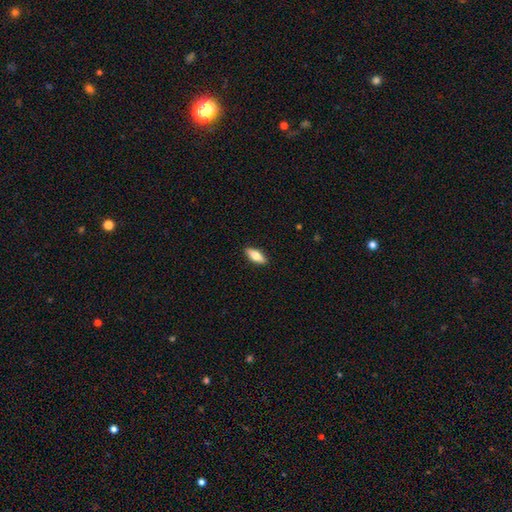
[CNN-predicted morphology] smooth_or_featured: smooth (p=0.70) [alt: featured or disk p=0.24]
how_rounded: in between (p=0.73) [alt: cigar-shaped p=0.24]
merging: none (p=0.90) [alt: minor disturbance p=0.08]